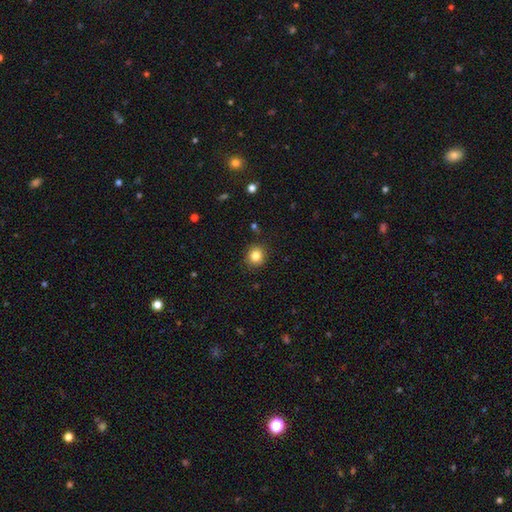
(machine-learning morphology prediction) A smooth galaxy with no disk features (84%) that is round (87%). Merging: none (88%).